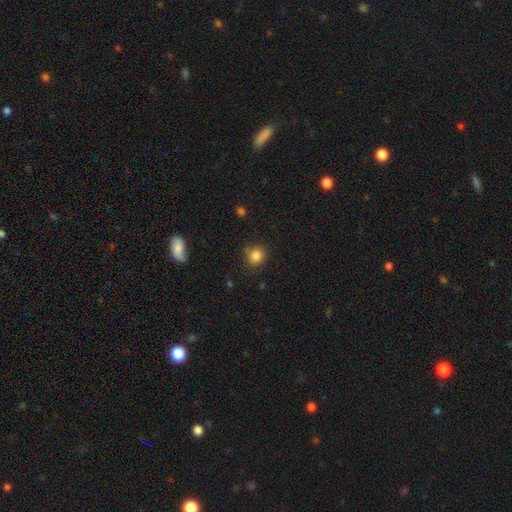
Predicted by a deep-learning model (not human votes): This is clearly a smooth galaxy (84%). How rounded: clearly round (88%). Merging: likely none (79%).